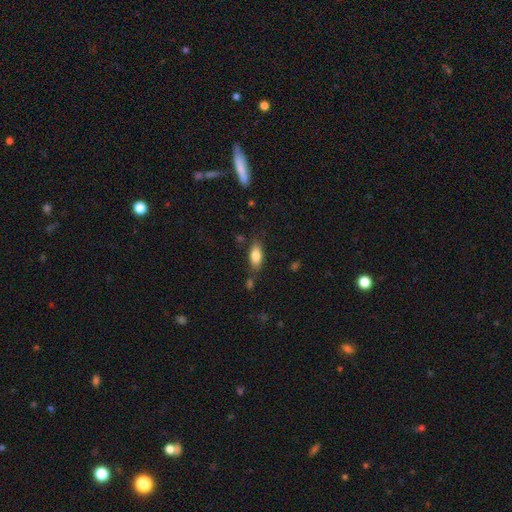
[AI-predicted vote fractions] Morphology: type=smooth (81%); roundness=in between (83%); merging=none (77%).